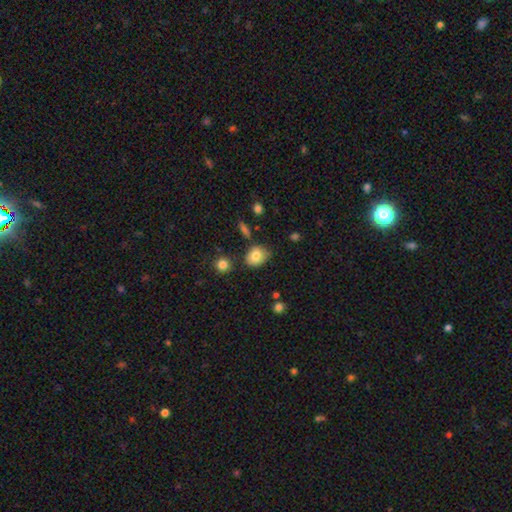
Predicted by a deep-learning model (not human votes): smooth-or-featured: smooth: 79% | featured or disk: 11% | star or artifact: 10%
  how-rounded: in between: 56% | round: 43% | cigar-shaped: 1%
  merging: none: 69% | minor disturbance: 21% | merger: 5% | major disturbance: 5%